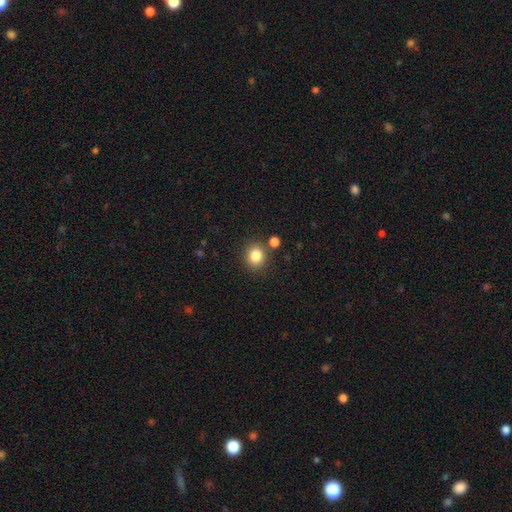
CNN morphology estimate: type=smooth (84%); roundness=round (76%); merging=none (81%).